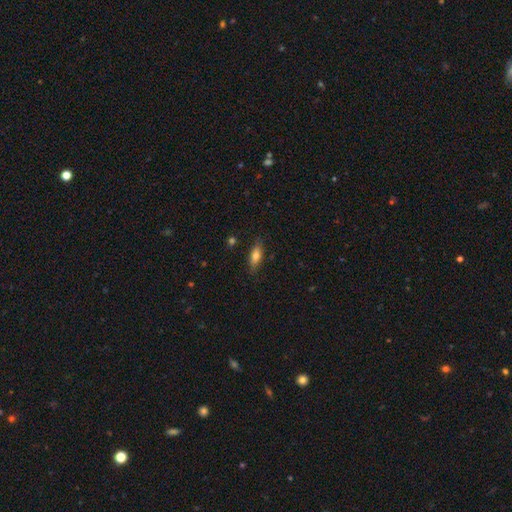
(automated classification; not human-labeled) This appears to be a smooth galaxy with no disk features (73%) that is in between round and cigar-shaped (67%). Merging: none (81%).